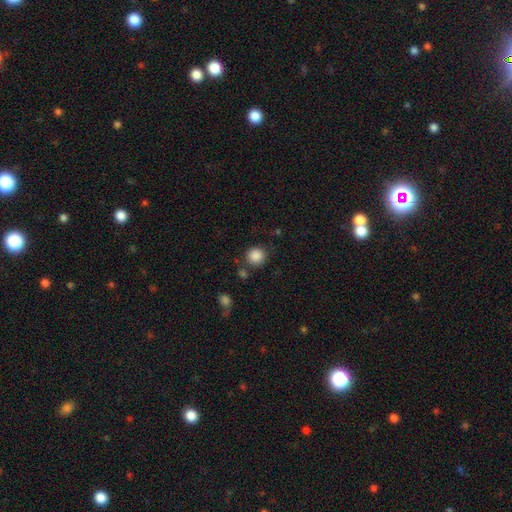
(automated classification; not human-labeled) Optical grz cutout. It shows a smooth galaxy with no disk features (87%) that is round (92%). Merging: none (80%).